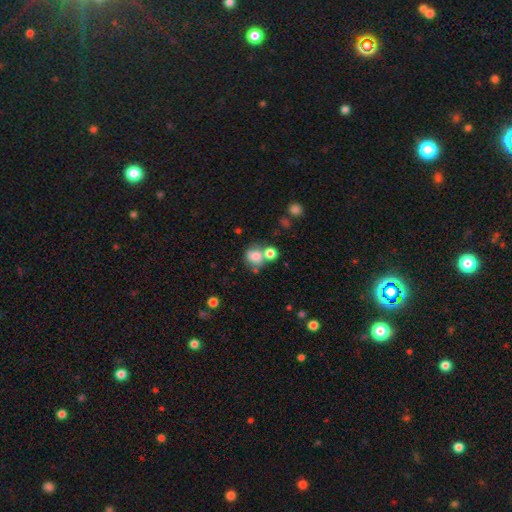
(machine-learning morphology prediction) Smooth or featured? smooth (78%)
How rounded? round (69%)
Merging? none (43%)